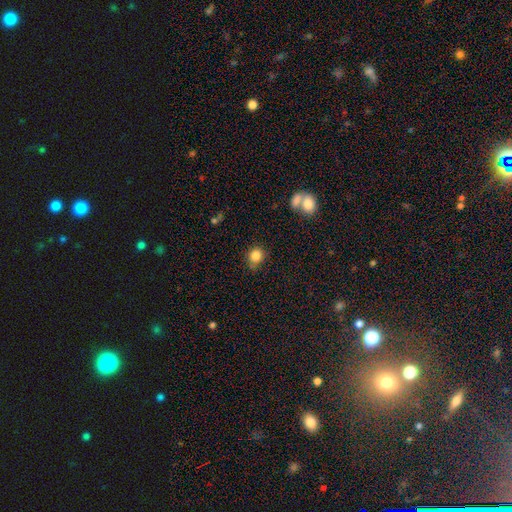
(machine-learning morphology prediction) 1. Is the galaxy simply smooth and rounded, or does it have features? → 84% smooth, 11% star or artifact, 5% featured or disk.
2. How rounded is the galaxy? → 72% round, 27% in between, 1% cigar-shaped.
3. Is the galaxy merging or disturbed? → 72% none, 20% minor disturbance, 4% major disturbance, 4% merger.